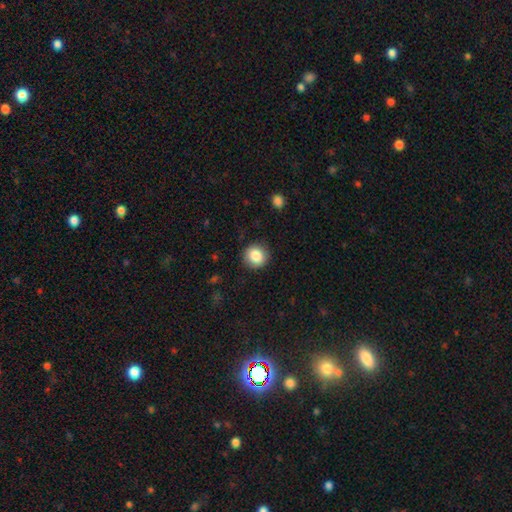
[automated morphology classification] A smooth galaxy with no disk features (86%) that is round (92%).

Vote fractions:
- Smooth or featured? smooth: 86% / star or artifact: 9% / featured or disk: 5%
- How rounded? round: 92% / in between: 7% / cigar-shaped: 1%
- Merging? none: 89% / minor disturbance: 7% / major disturbance: 2% / merger: 1%